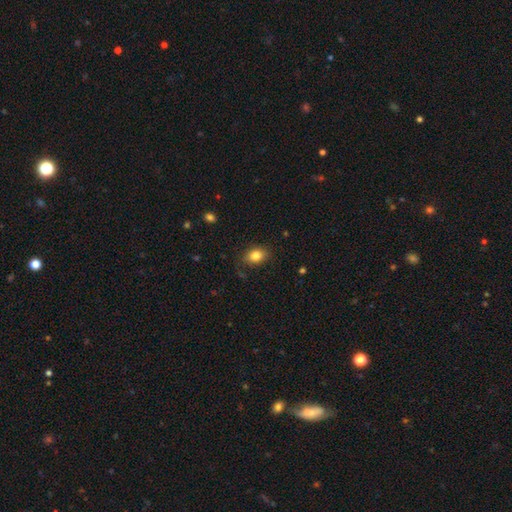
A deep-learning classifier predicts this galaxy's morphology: smooth-or-featured: smooth: 83% | star or artifact: 9% | featured or disk: 8%
  how-rounded: in between: 74% | round: 25% | cigar-shaped: 1%
  merging: none: 80% | minor disturbance: 15% | major disturbance: 4% | merger: 1%